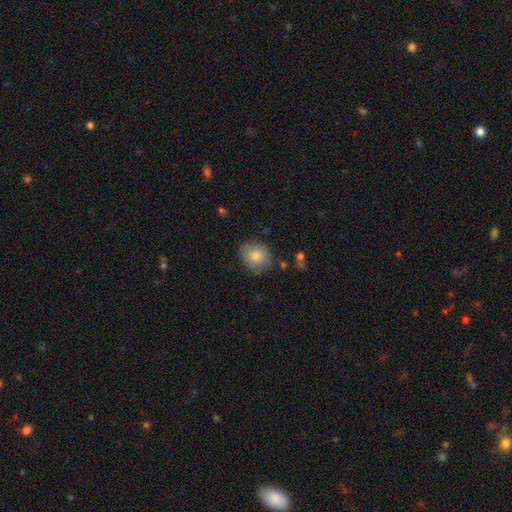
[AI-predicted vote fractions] smooth-or-featured: smooth: 81% | featured or disk: 10% | star or artifact: 8%
  how-rounded: round: 72% | in between: 27% | cigar-shaped: 1%
  merging: none: 77% | minor disturbance: 17% | major disturbance: 4% | merger: 2%